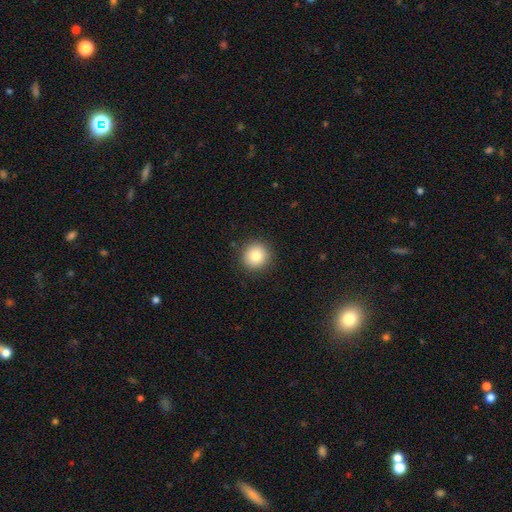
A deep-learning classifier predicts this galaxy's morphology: This is clearly a smooth galaxy (82%). How rounded: clearly round (94%). Merging: clearly none (91%).